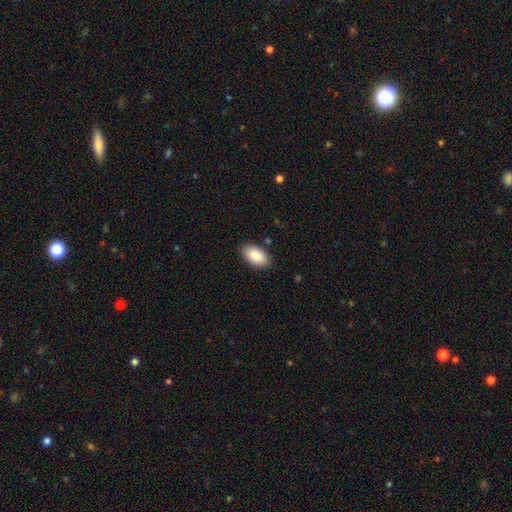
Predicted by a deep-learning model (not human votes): This is clearly a smooth galaxy (89%). How rounded: clearly in between (95%). Merging: clearly none (86%).